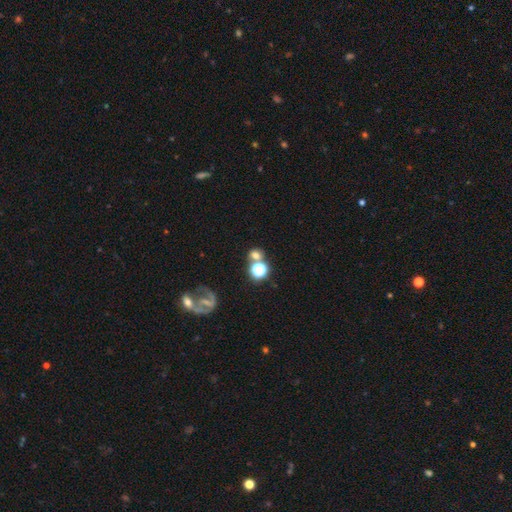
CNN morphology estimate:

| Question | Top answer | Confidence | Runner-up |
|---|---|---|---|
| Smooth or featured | smooth | 61% | star or artifact (24%) |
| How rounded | round | 77% | in between (22%) |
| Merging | none | 59% | merger (25%) |